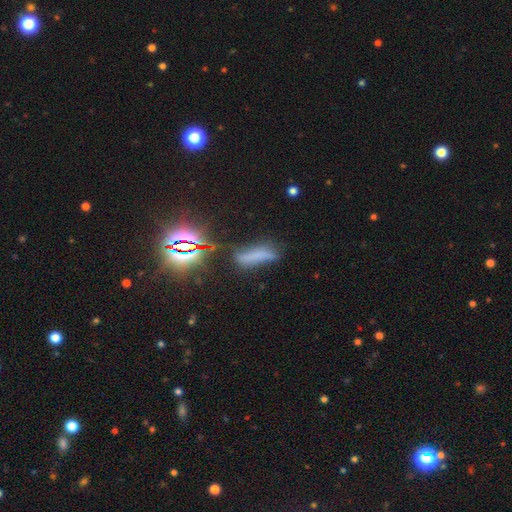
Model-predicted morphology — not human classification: This appears to be a smooth galaxy with no disk features (53%) that is cigar-shaped (73%). Merging: none (57%).